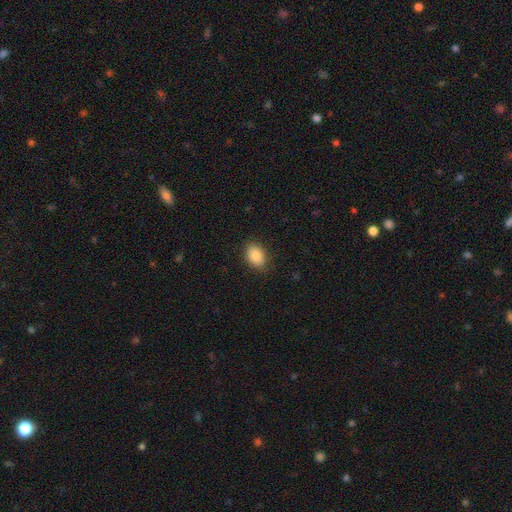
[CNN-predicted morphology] A smooth galaxy with no disk features (88%) that is in between round and cigar-shaped (85%). Merging: none (85%).